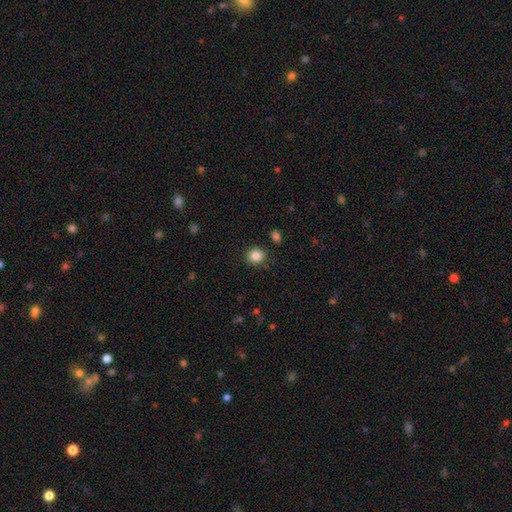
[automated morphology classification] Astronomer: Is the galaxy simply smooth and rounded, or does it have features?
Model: smooth — 86%.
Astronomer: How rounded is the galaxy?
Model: round — 79%.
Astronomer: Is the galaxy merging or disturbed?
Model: none — 86%.